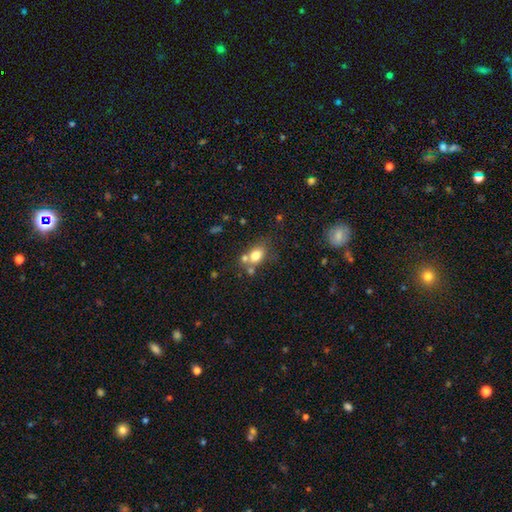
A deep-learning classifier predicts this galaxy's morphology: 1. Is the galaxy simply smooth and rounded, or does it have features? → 76% smooth, 13% featured or disk, 11% star or artifact.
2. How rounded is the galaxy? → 66% in between, 32% round, 2% cigar-shaped.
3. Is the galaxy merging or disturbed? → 46% none, 33% merger, 15% minor disturbance, 7% major disturbance.